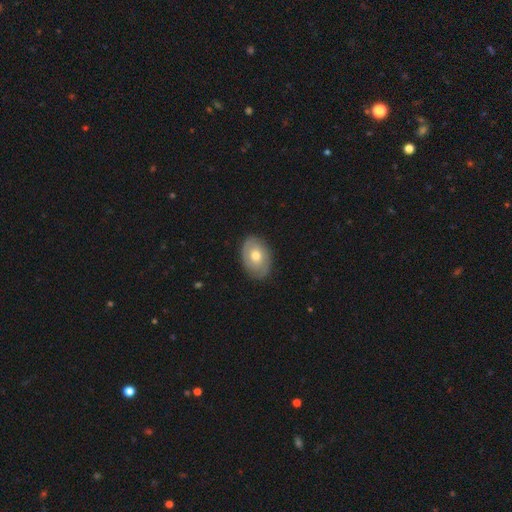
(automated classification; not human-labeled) Smooth or featured? smooth (53%)
How rounded? in between (82%)
Merging? none (83%)